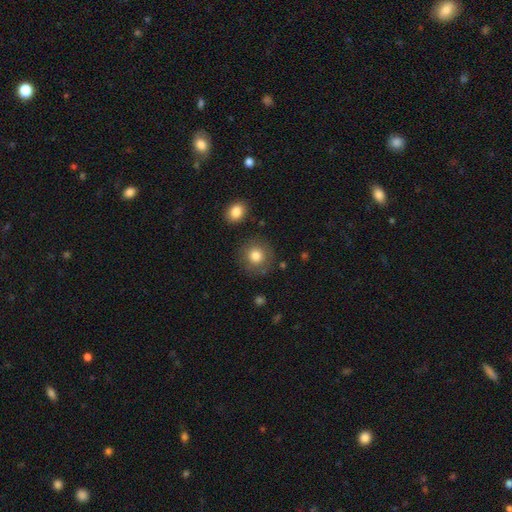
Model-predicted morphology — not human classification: A smooth galaxy with no disk features (81%) that is round (92%).

Vote fractions:
- Smooth or featured? smooth: 81% / featured or disk: 10% / star or artifact: 9%
- How rounded? round: 92% / in between: 7% / cigar-shaped: 1%
- Merging? none: 84% / minor disturbance: 10% / major disturbance: 4% / merger: 3%